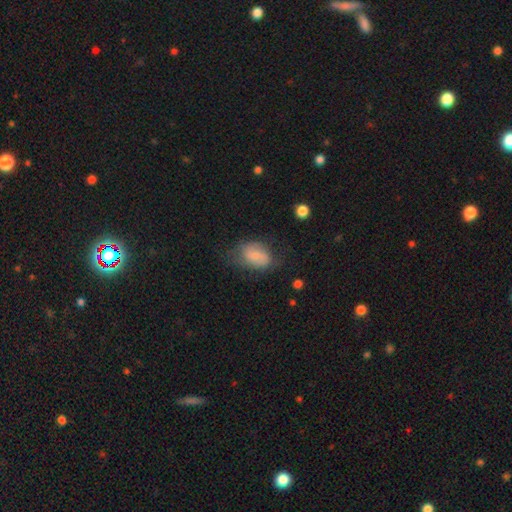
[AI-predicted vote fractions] smooth-or-featured: smooth: 66% | featured or disk: 26% | star or artifact: 8%
  how-rounded: in between: 83% | round: 15% | cigar-shaped: 2%
  merging: none: 50% | minor disturbance: 32% | major disturbance: 16% | merger: 3%